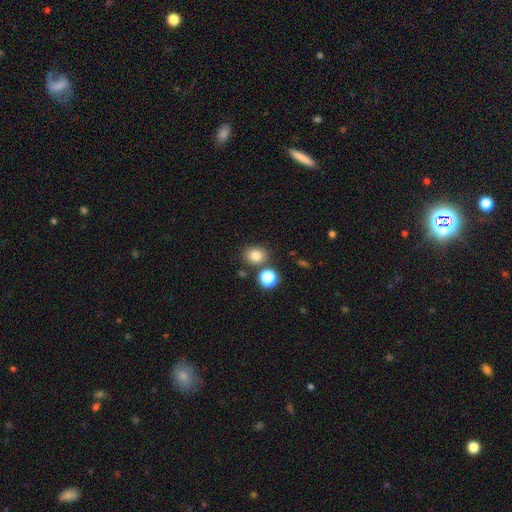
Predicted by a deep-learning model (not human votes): Smooth or featured: smooth — 80% (star or artifact — 14%)
How rounded: round — 61% (in between — 38%)
Merging: none — 76% (merger — 11%)